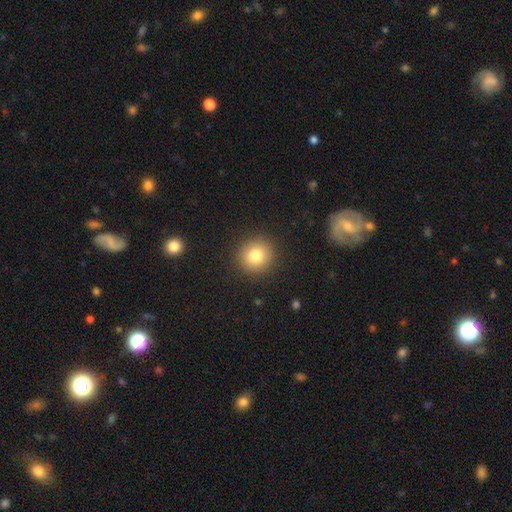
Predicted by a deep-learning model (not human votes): A smooth galaxy with no disk features (81%) that is round (91%). Merging: none (91%).